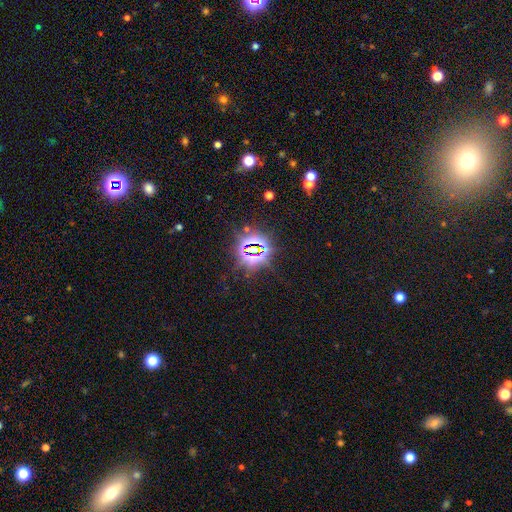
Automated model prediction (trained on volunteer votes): Smooth or featured? star or artifact (82%)